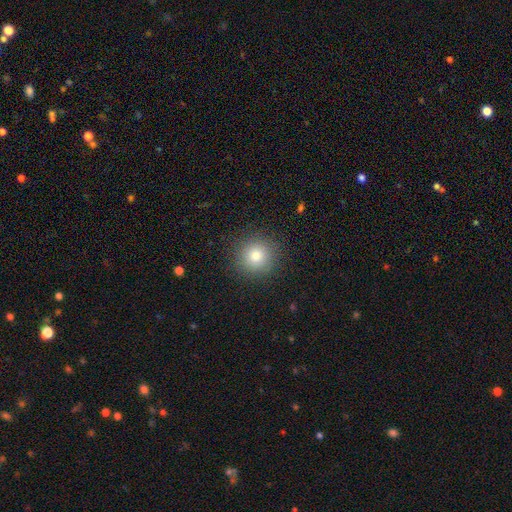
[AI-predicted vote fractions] smooth 82%, star or artifact 11%, featured or disk 7%. Down the decision tree: how rounded — round (92%); merging — none (90%).